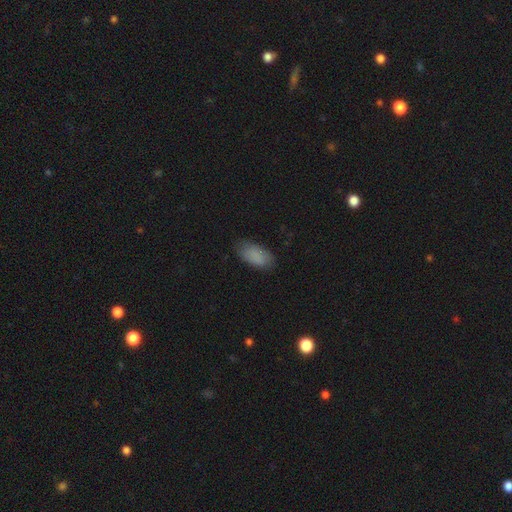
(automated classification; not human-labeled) This is clearly a smooth galaxy (86%). How rounded: clearly in between (93%). Merging: likely none (78%).